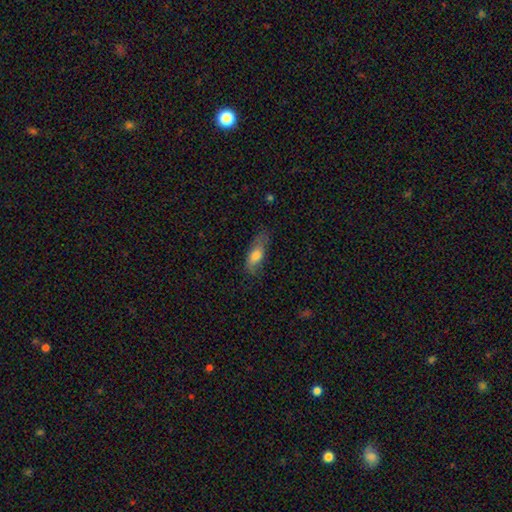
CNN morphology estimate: smooth-or-featured: smooth: 72% | featured or disk: 21% | star or artifact: 7%
  how-rounded: in between: 69% | cigar-shaped: 28% | round: 3%
  merging: none: 59% | minor disturbance: 29% | major disturbance: 11% | merger: 2%